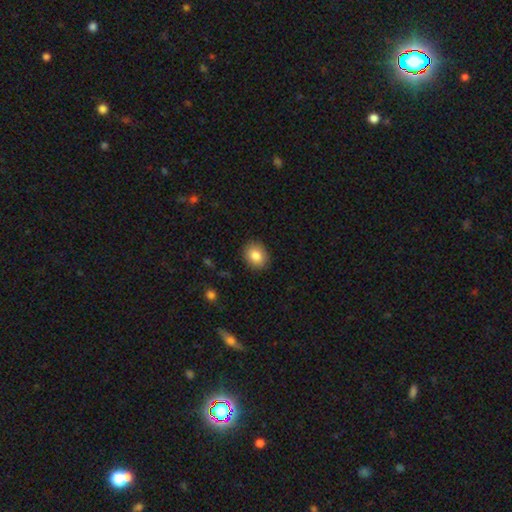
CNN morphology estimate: Smooth or featured?
  - smooth: 84% *
  - star or artifact: 9%
  - featured or disk: 7%
How rounded?
  - round: 59% *
  - in between: 40%
  - cigar-shaped: 1%
Merging?
  - none: 89% *
  - minor disturbance: 8%
  - major disturbance: 2%
  - merger: 1%